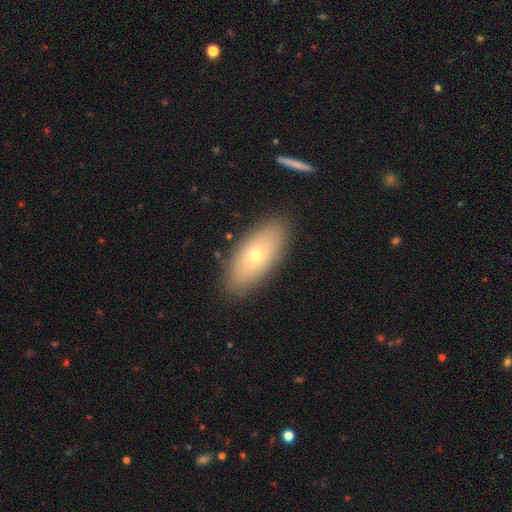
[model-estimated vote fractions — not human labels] smooth_or_featured: smooth (p=0.65) [alt: featured or disk p=0.27]
how_rounded: in between (p=0.85) [alt: cigar-shaped p=0.11]
merging: none (p=0.86) [alt: minor disturbance p=0.09]